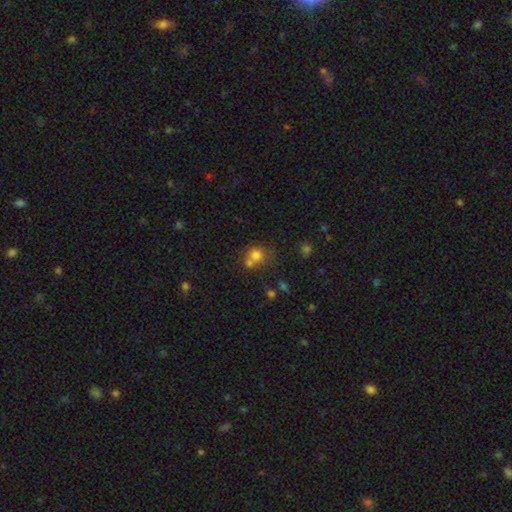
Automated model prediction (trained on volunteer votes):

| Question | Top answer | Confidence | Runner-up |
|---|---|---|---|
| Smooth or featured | smooth | 73% | star or artifact (14%) |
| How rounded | round | 76% | in between (23%) |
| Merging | merger | 41% | tied: none (41%) |